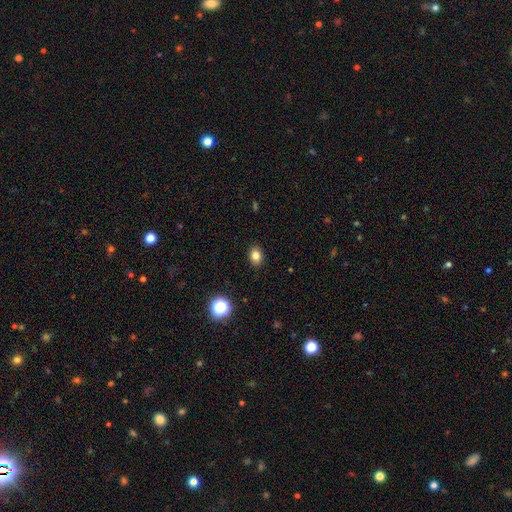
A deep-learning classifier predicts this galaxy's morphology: Smooth or featured?
  - smooth: 82% *
  - star or artifact: 12%
  - featured or disk: 6%
How rounded?
  - in between: 62% *
  - round: 37%
  - cigar-shaped: 1%
Merging?
  - none: 89% *
  - minor disturbance: 8%
  - major disturbance: 2%
  - merger: 1%